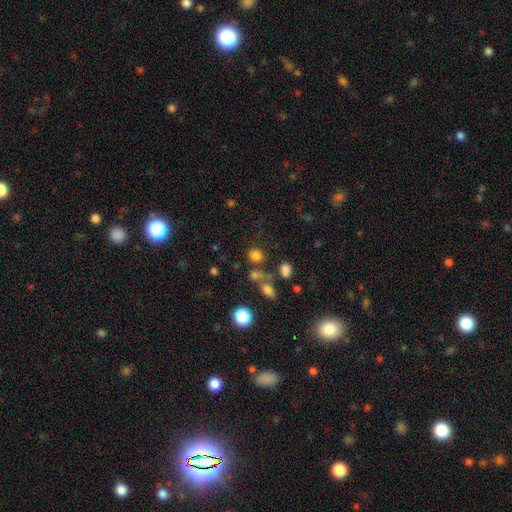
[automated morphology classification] Smooth or featured?
  - smooth: 76% *
  - star or artifact: 17%
  - featured or disk: 6%
How rounded?
  - round: 79% *
  - in between: 19%
  - cigar-shaped: 1%
Merging?
  - none: 70% *
  - merger: 14%
  - minor disturbance: 10%
  - major disturbance: 6%